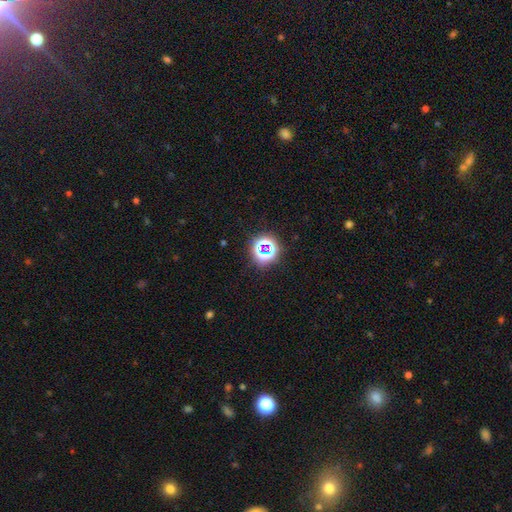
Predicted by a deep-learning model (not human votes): A star or artifact, not a galaxy (69%).

Vote fractions:
- Smooth or featured? star or artifact: 69% / smooth: 21% / featured or disk: 10%